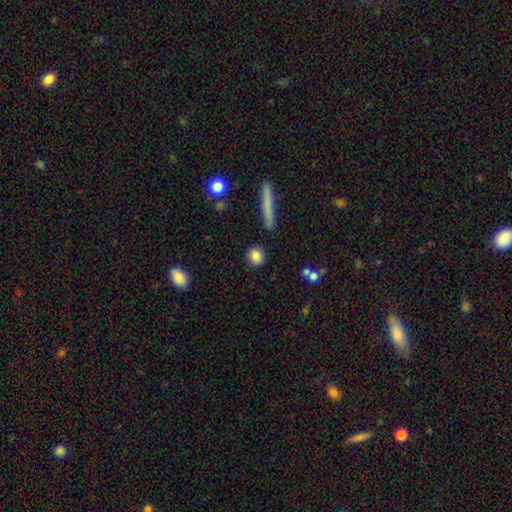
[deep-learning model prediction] Smooth or featured? Predicted: smooth (p=0.84). How rounded? Predicted: round (p=0.79). Merging? Predicted: none (p=0.88).